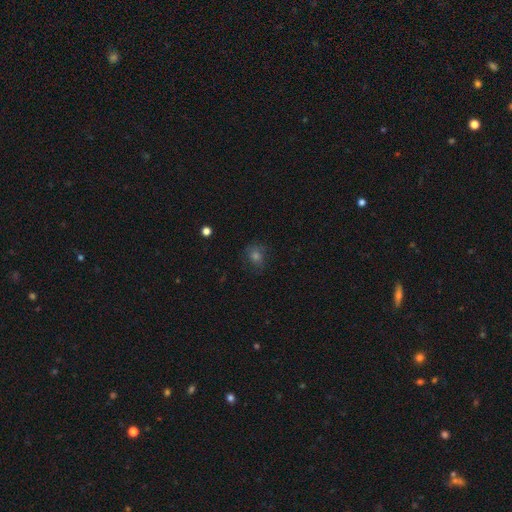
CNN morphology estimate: This is possibly a smooth galaxy (57%). How rounded: likely round (69%). Merging: likely none (75%).